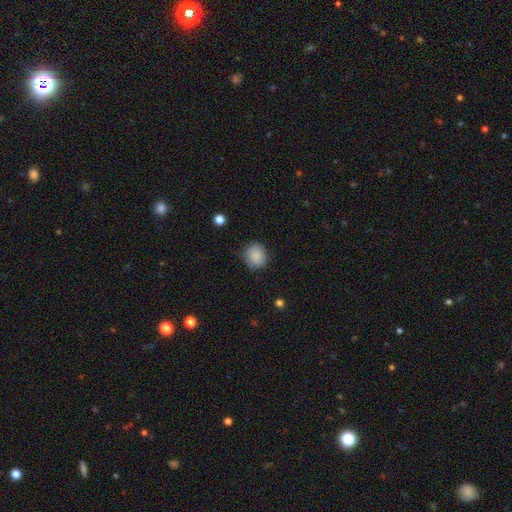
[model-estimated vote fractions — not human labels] The model was most divided on "how rounded": round: 76%, in between: 23%, cigar-shaped: 1%. More confident: smooth or featured — smooth (86%); merging — none (77%).